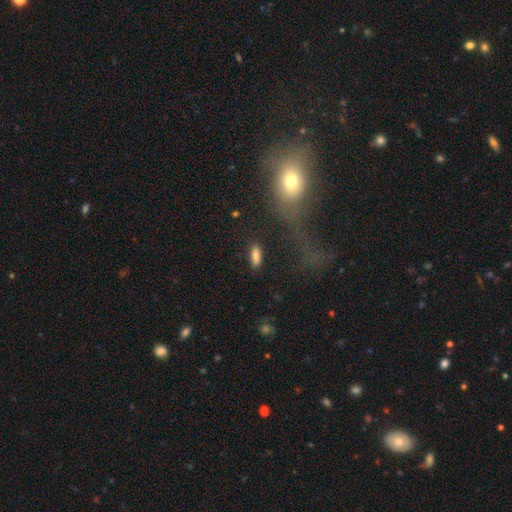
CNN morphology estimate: Smooth or featured? smooth (84%)
How rounded? in between (71%)
Merging? none (84%)